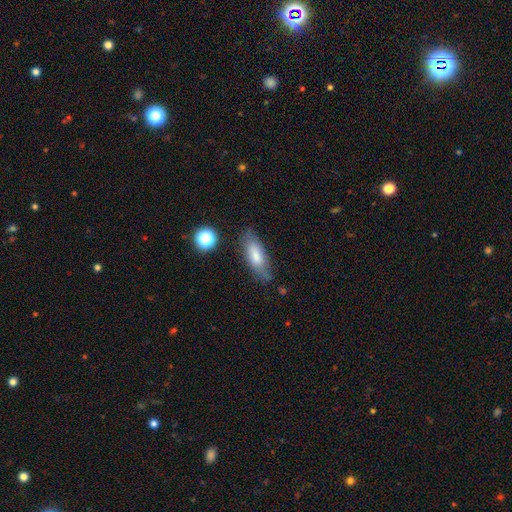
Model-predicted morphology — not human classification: Smooth or featured? Predicted: smooth (p=0.74). How rounded? Predicted: in between (p=0.69). Merging? Predicted: none (p=0.72).